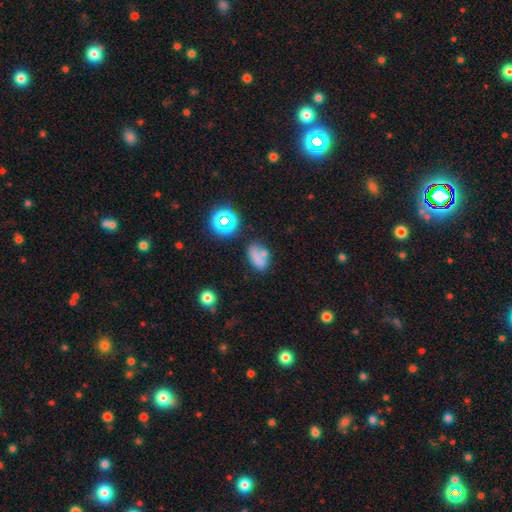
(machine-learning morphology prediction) Smooth or featured? Predicted: smooth (p=0.67). How rounded? Predicted: in between (p=0.81). Merging? Predicted: none (p=0.54).